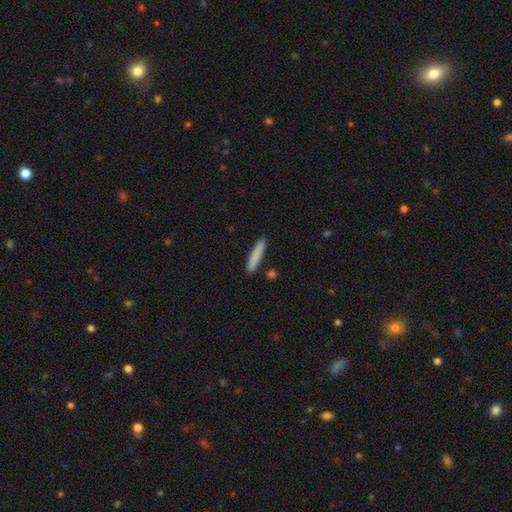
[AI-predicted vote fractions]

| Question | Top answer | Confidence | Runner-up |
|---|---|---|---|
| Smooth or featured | smooth | 83% | featured or disk (11%) |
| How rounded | cigar-shaped | 93% | in between (6%) |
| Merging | none | 88% | minor disturbance (8%) |